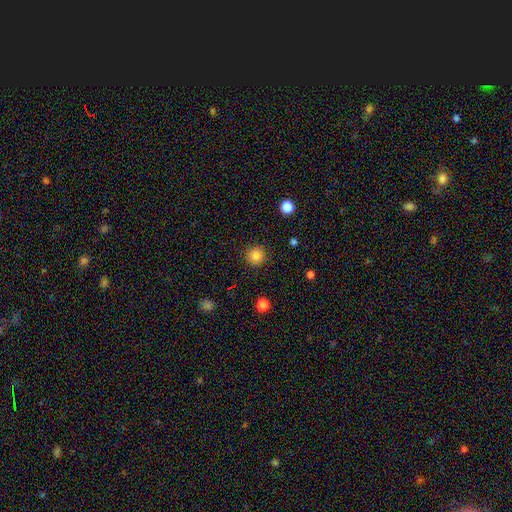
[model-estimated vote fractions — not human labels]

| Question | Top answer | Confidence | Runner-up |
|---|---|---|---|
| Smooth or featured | smooth | 84% | star or artifact (11%) |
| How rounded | round | 95% | in between (4%) |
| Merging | none | 91% | minor disturbance (5%) |